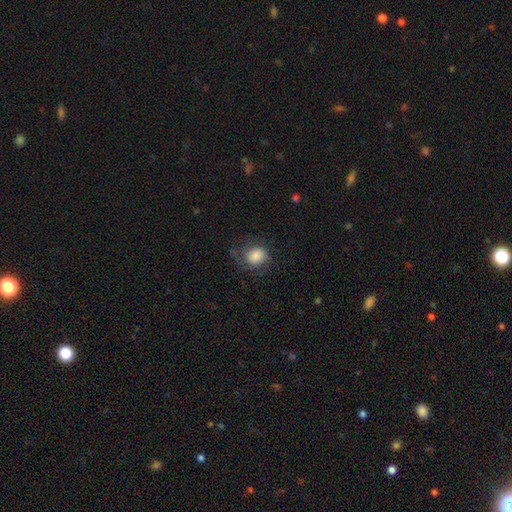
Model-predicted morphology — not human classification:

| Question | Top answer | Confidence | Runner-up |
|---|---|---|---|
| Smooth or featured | smooth | 77% | featured or disk (15%) |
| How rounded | round | 67% | in between (32%) |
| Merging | none | 62% | minor disturbance (23%) |